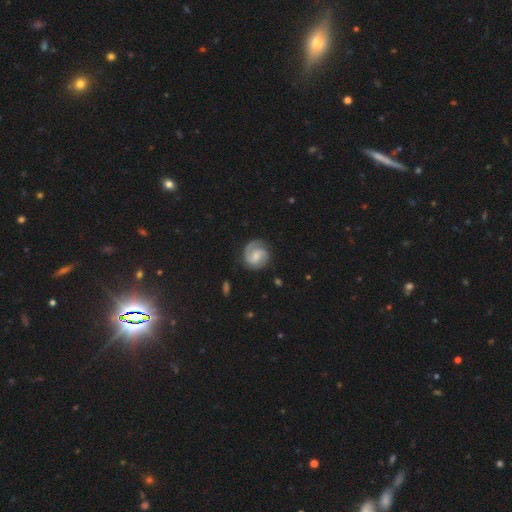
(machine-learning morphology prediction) smooth-or-featured: featured or disk: 85% | smooth: 10% | star or artifact: 5%
  disk-edge-on: no: 98% | yes: 2%
    bar: weak: 49% | no: 41% | strong: 10%
    has-spiral-arms: yes: 98% | no: 2%
      spiral-winding: medium: 47% | tight: 42% | loose: 12%
      spiral-arm-count: 2: 89% | can't tell: 3% | 1: 3% | 3: 2% | 4: 1% | more than 4: 1%
    bulge-size: small: 51% | moderate: 34% | none: 12% | large: 2% | dominant: 1%
  merging: none: 82% | minor disturbance: 13% | major disturbance: 4% | merger: 1%